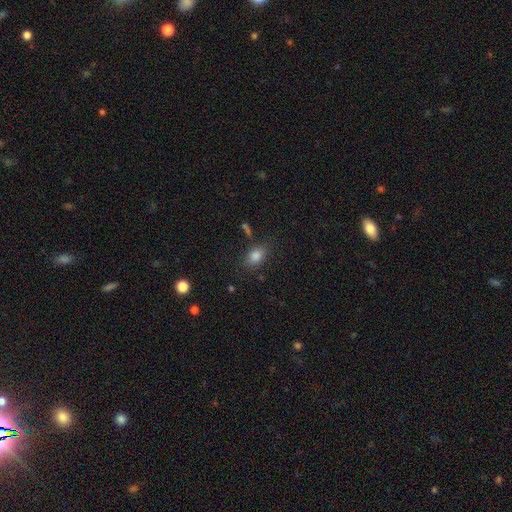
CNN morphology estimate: This appears to be a smooth galaxy with no disk features (82%) that is in between round and cigar-shaped (77%). Merging: none (76%).